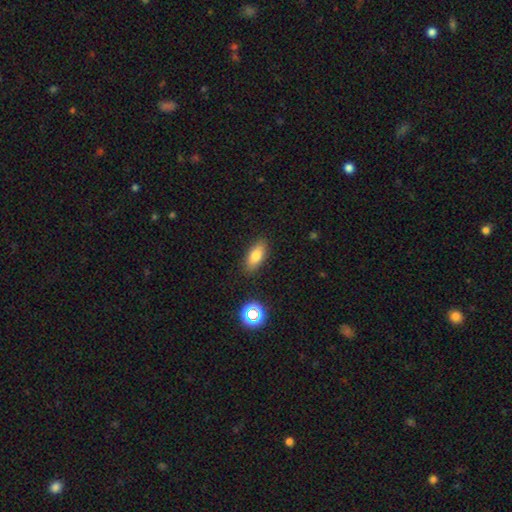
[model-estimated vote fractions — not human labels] smooth 78%, featured or disk 12%, star or artifact 10%. Down the decision tree: how rounded — in between (82%); merging — none (87%).